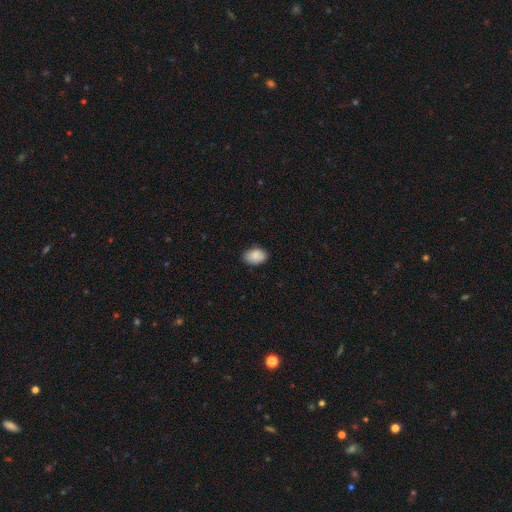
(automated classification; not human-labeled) Smooth or featured?
  - smooth: 85% *
  - featured or disk: 7%
  - star or artifact: 7%
How rounded?
  - in between: 82% *
  - round: 17%
  - cigar-shaped: 1%
Merging?
  - none: 79% *
  - minor disturbance: 17%
  - major disturbance: 3%
  - merger: 1%